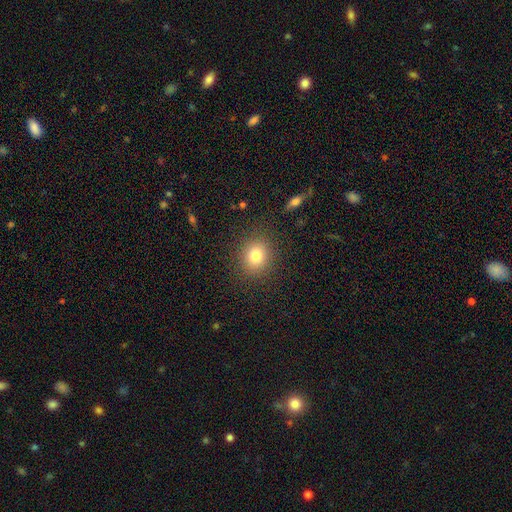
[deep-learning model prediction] This is likely a smooth galaxy (78%). How rounded: likely round (77%). Merging: clearly none (88%).